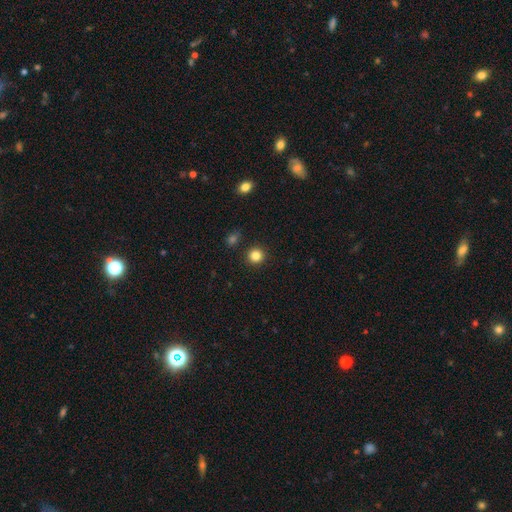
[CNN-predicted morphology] smooth_or_featured: smooth (p=0.84) [alt: star or artifact p=0.12]
how_rounded: round (p=0.94) [alt: in between p=0.05]
merging: none (p=0.91) [alt: minor disturbance p=0.05]